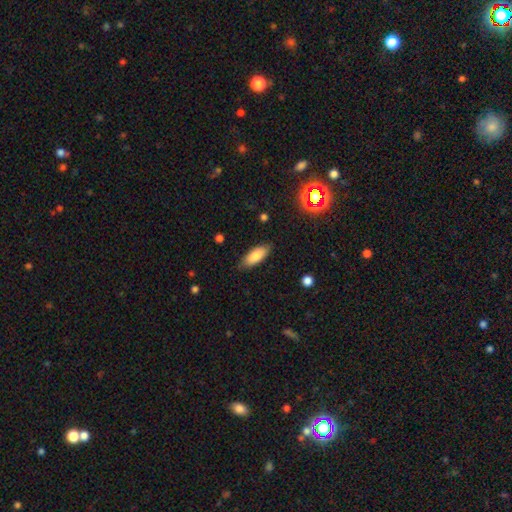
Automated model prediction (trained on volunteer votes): Morphology: type=smooth (84%); roundness=in between (77%); merging=none (84%).